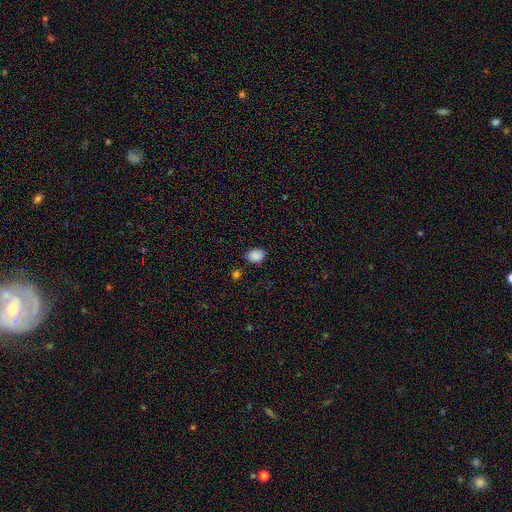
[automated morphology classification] type=smooth (88%); roundness=in between (69%); merging=none (83%).